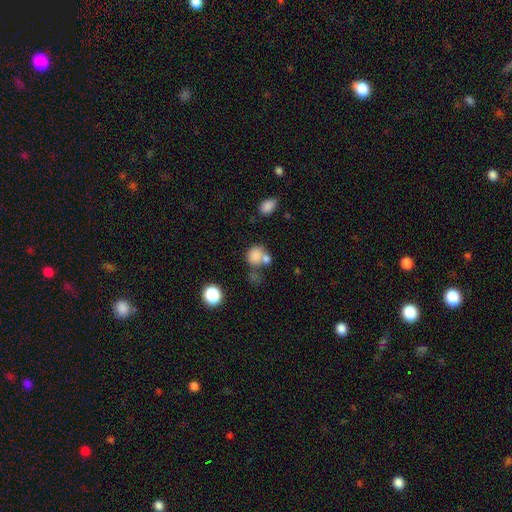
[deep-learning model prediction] A smooth galaxy with no disk features (79%) that is round (68%).

Vote fractions:
- Smooth or featured? smooth: 79% / star or artifact: 11% / featured or disk: 10%
- How rounded? round: 68% / in between: 31% / cigar-shaped: 1%
- Merging? merger: 44% / none: 36% / minor disturbance: 12% / major disturbance: 8%